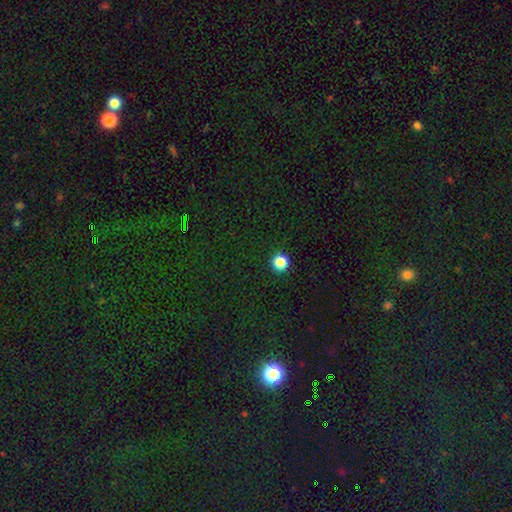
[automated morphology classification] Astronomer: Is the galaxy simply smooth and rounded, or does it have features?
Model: star or artifact — 71%.